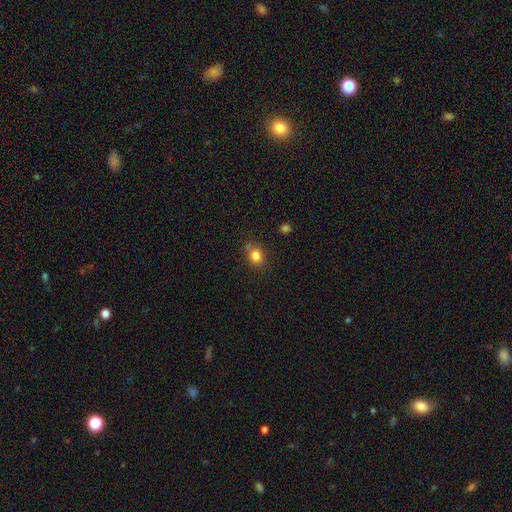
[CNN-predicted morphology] This is clearly a smooth galaxy (82%). How rounded: possibly round (59%). Merging: likely none (73%).